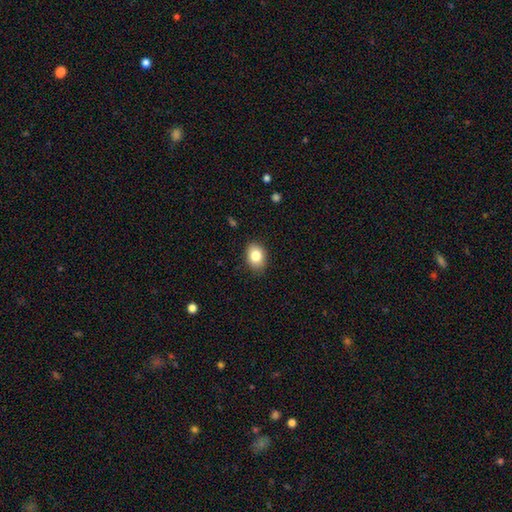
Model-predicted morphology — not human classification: Smooth or featured?
  - smooth: 84% *
  - star or artifact: 8%
  - featured or disk: 8%
How rounded?
  - in between: 71% *
  - round: 28%
  - cigar-shaped: 1%
Merging?
  - none: 86% *
  - minor disturbance: 11%
  - major disturbance: 2%
  - merger: 1%